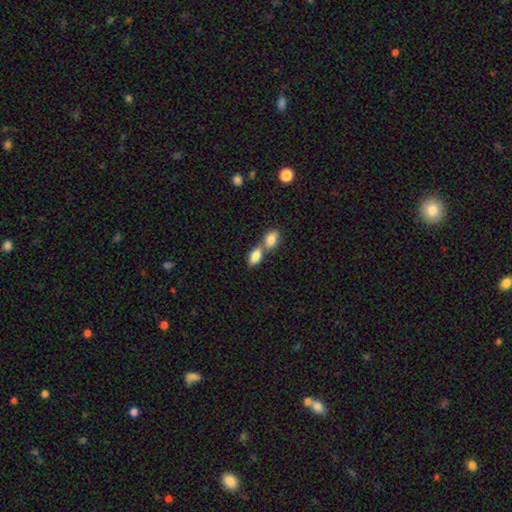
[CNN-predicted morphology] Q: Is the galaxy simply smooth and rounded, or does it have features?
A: smooth — 84%.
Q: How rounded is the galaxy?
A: in between — 88%.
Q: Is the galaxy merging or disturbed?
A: merger — 62%.